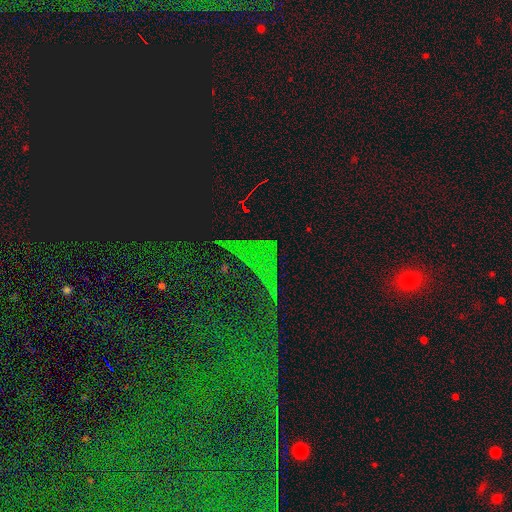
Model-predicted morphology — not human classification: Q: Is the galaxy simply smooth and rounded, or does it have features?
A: star or artifact — 82%.